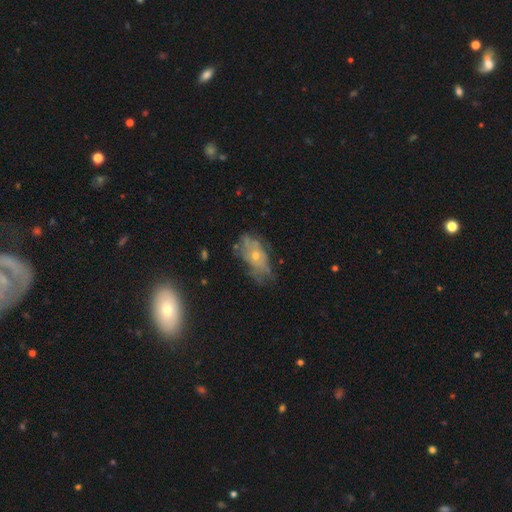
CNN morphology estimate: smooth-or-featured: featured or disk: 52% | smooth: 36% | star or artifact: 12%
  disk-edge-on: no: 88% | yes: 12%
  merging: none: 51% | minor disturbance: 29% | major disturbance: 16% | merger: 3%